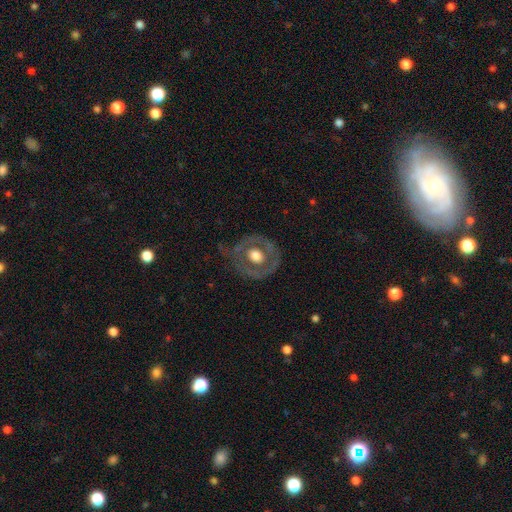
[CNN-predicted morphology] This is possibly a featured or disk galaxy (57%). It is clearly not viewed edge-on (95%). Bar: clearly no (87%). Spiral arm pattern: likely no (80%). Central bulge: possibly moderate (47%). Merging: likely none (65%).